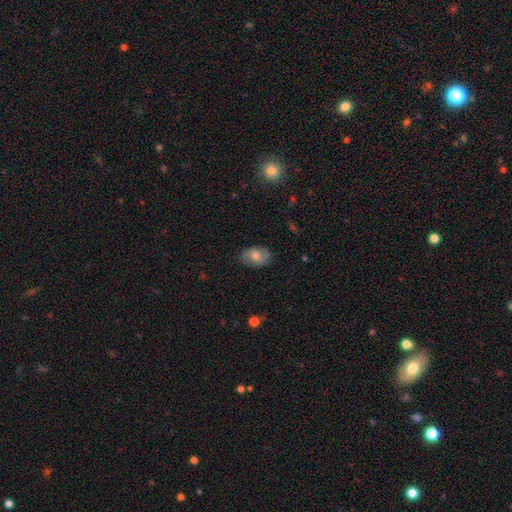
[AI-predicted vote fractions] The model was most divided on "smooth or featured": smooth: 56%, featured or disk: 36%, star or artifact: 8%. More confident: how rounded — in between (85%); merging — none (81%).